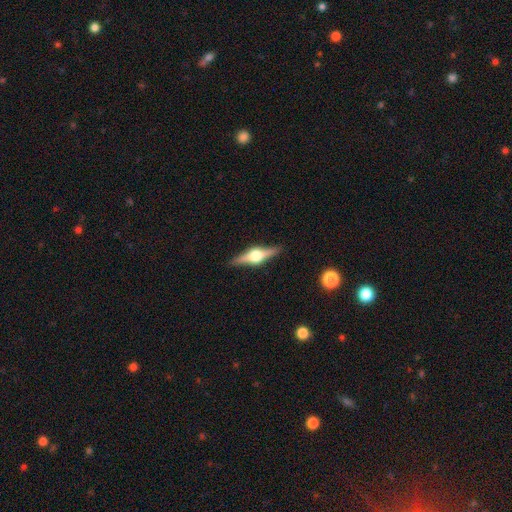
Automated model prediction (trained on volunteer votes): Smooth or featured: featured or disk — 79% (smooth — 15%)
Edge-on disk: yes — 98% (no — 2%)
Edge-on bulge: rounded — 94% (boxy — 5%)
Merging: none — 89% (minor disturbance — 8%)